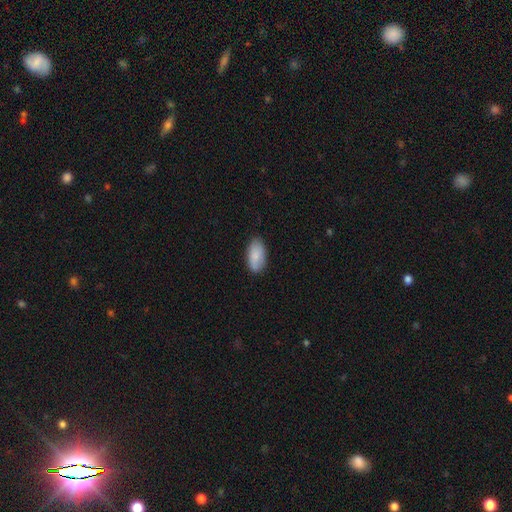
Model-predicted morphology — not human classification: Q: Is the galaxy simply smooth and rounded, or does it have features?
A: smooth — 85%.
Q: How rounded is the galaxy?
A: in between — 93%.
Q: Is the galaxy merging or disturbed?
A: none — 80%.